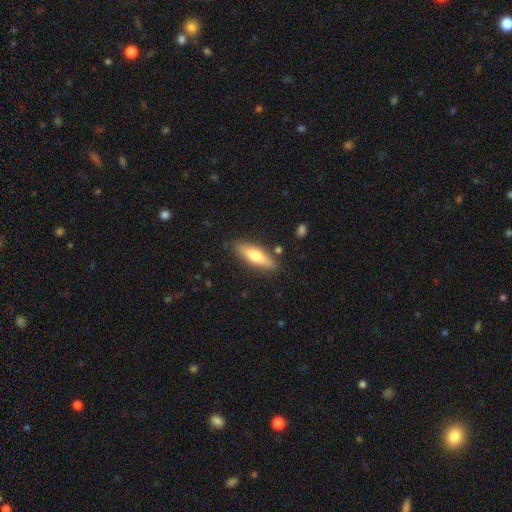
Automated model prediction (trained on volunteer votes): smooth_or_featured: smooth (p=0.63) [alt: featured or disk p=0.31]
how_rounded: cigar-shaped (p=0.57) [alt: in between p=0.41]
merging: none (p=0.84) [alt: minor disturbance p=0.11]